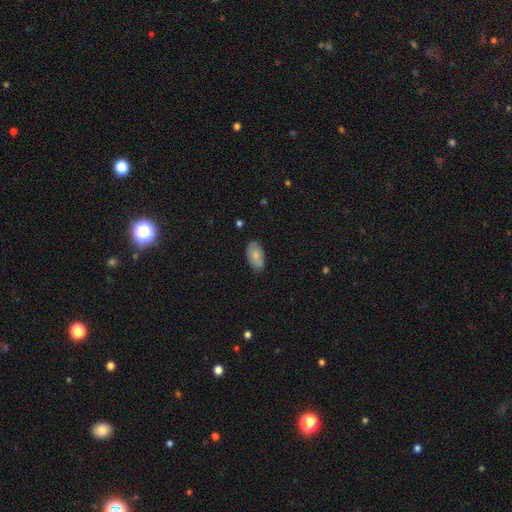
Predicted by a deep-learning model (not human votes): A smooth galaxy with no disk features (77%) that is in between round and cigar-shaped (94%). Merging: none (77%).